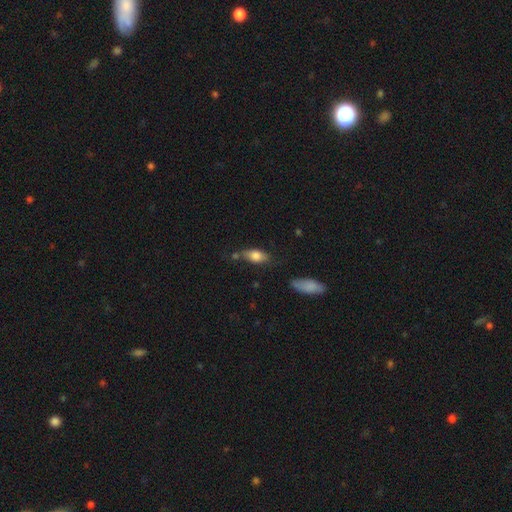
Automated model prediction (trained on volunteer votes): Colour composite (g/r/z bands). It shows a smooth galaxy with no disk features (75%) that is in between round and cigar-shaped (79%). Merging: none (61%).